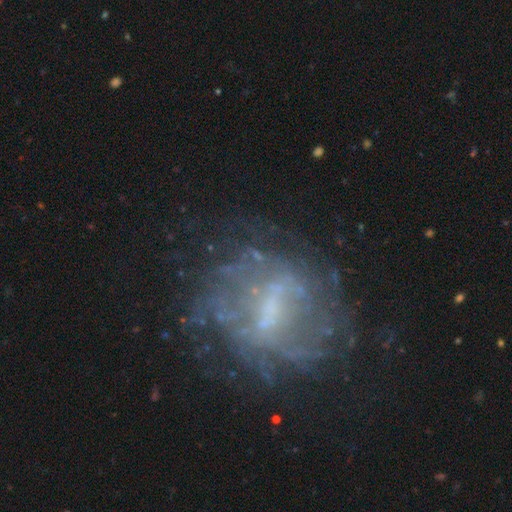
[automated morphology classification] smooth-or-featured: featured or disk: 66% | star or artifact: 17% | smooth: 17%
  disk-edge-on: no: 97% | yes: 3%
    bar: no: 45% | weak: 35% | strong: 19%
    has-spiral-arms: yes: 53% | no: 47%
    bulge-size: small: 40% | none: 35% | moderate: 20% | large: 4% | dominant: 2%
  merging: none: 59% | major disturbance: 20% | minor disturbance: 17% | merger: 5%